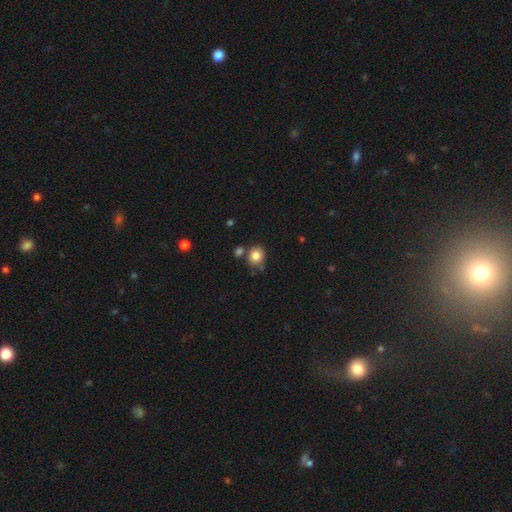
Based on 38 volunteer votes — This appears to be a smooth galaxy with no disk features (87%) that is round (58%). Merging: none (76%).